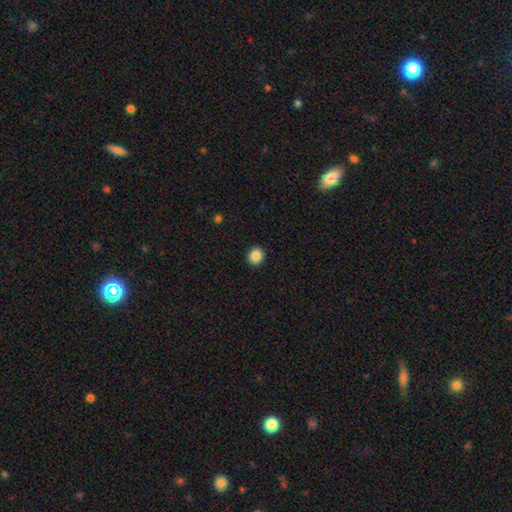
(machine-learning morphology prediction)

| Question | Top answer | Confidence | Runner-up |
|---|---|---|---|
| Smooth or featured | smooth | 87% | star or artifact (10%) |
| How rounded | round | 87% | in between (12%) |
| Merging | none | 93% | minor disturbance (4%) |